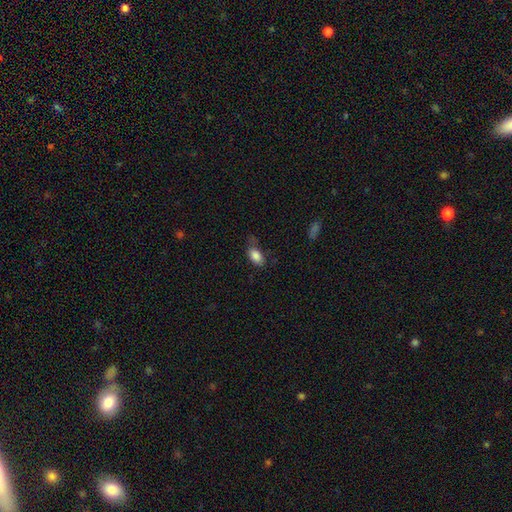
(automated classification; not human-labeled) Morphology: type=smooth (86%); roundness=in between (91%); merging=none (59%).